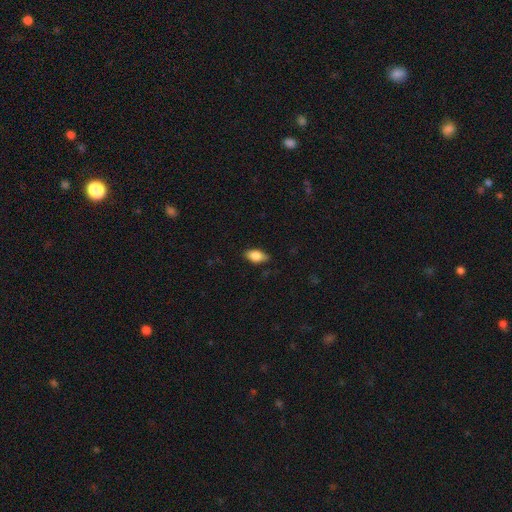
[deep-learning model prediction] A smooth galaxy with no disk features (82%) that is in between round and cigar-shaped (89%). Merging: none (82%).